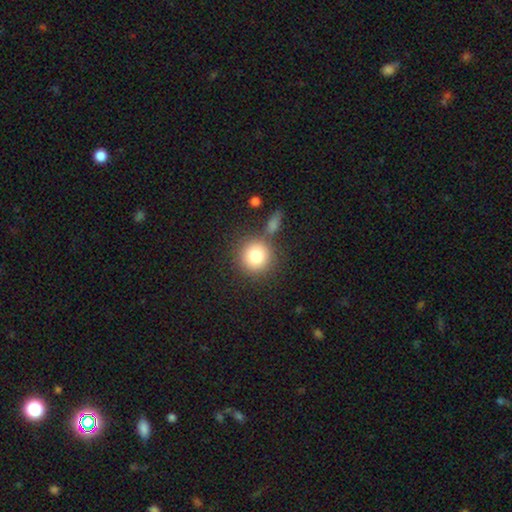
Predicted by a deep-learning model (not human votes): A smooth galaxy with no disk features (81%) that is round (93%).

Vote fractions:
- Smooth or featured? smooth: 81% / star or artifact: 10% / featured or disk: 9%
- How rounded? round: 93% / in between: 6% / cigar-shaped: 1%
- Merging? none: 74% / merger: 13% / minor disturbance: 9% / major disturbance: 4%